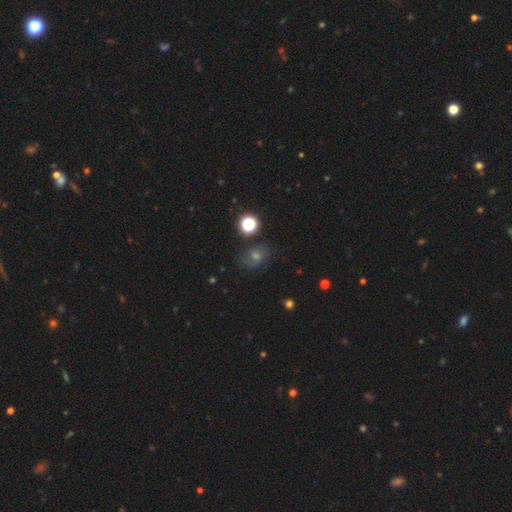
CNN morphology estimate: This is marginally a smooth galaxy (38%). Merging: likely none (75%).